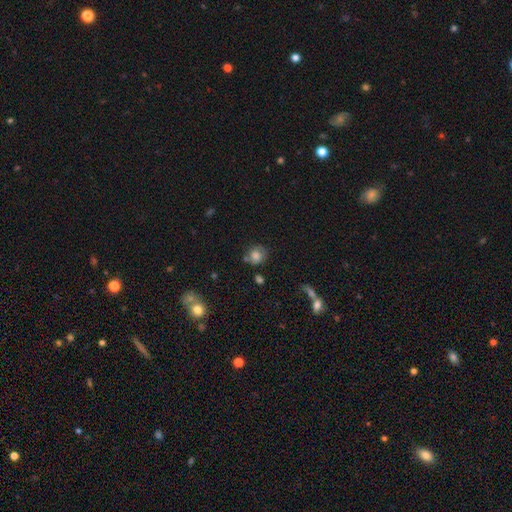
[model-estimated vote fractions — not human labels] The model was most divided on "how rounded": round: 71%, in between: 27%, cigar-shaped: 1%. More confident: smooth or featured — smooth (77%); merging — none (65%).